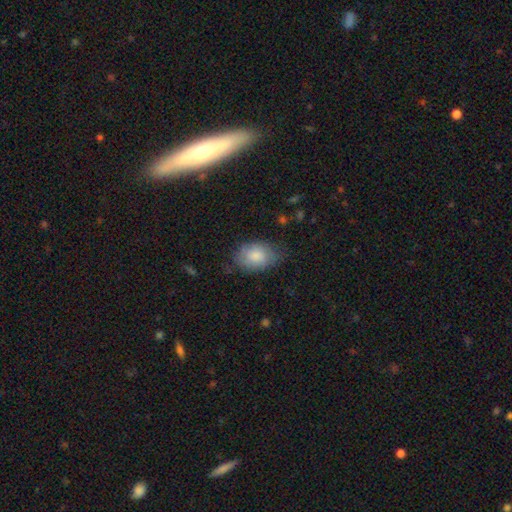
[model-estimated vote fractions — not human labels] smooth-or-featured: smooth: 82% | featured or disk: 12% | star or artifact: 6%
  how-rounded: in between: 85% | round: 14% | cigar-shaped: 1%
  merging: none: 67% | minor disturbance: 25% | major disturbance: 6% | merger: 1%